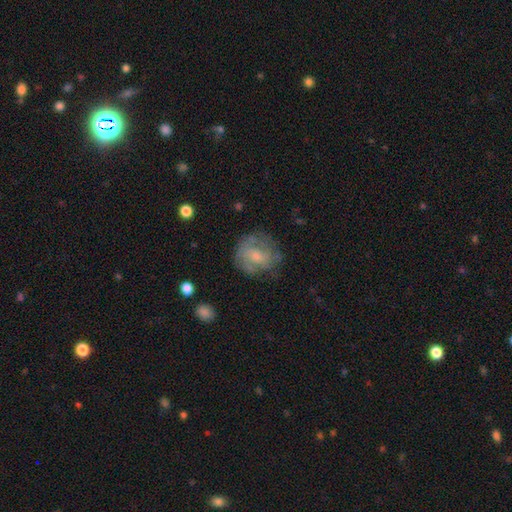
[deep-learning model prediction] Smooth or featured? Predicted: featured or disk (p=0.50). Merging? Predicted: none (p=0.63).